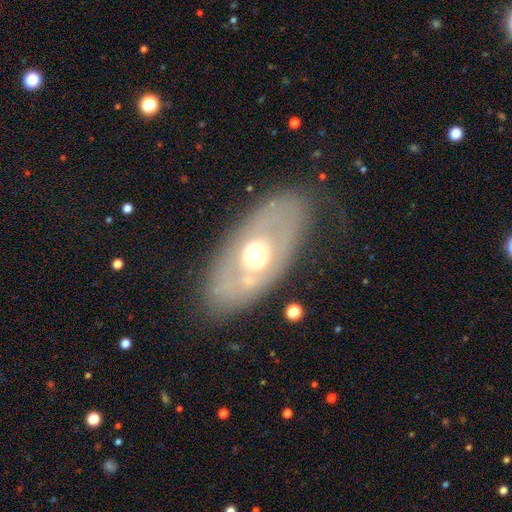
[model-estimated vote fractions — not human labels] A featured or disk galaxy (57%).

Vote fractions:
- Smooth or featured? featured or disk: 57% / smooth: 36% / star or artifact: 7%
- Edge-on disk? no: 85% / yes: 15%
- Merging? none: 75% / minor disturbance: 15% / major disturbance: 8% / merger: 2%